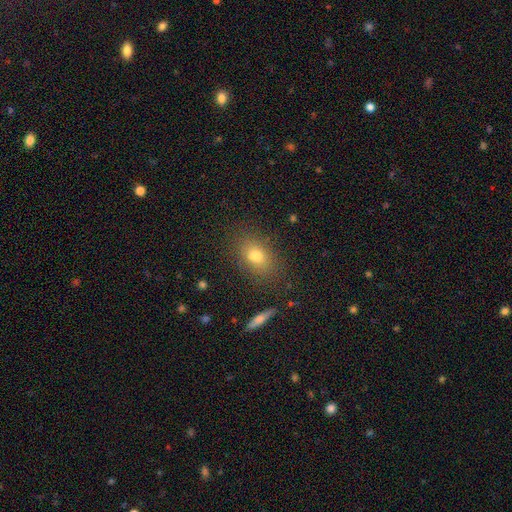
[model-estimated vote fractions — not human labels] Overall: smooth (77%). How rounded: in between (75%). Merging: none (81%).